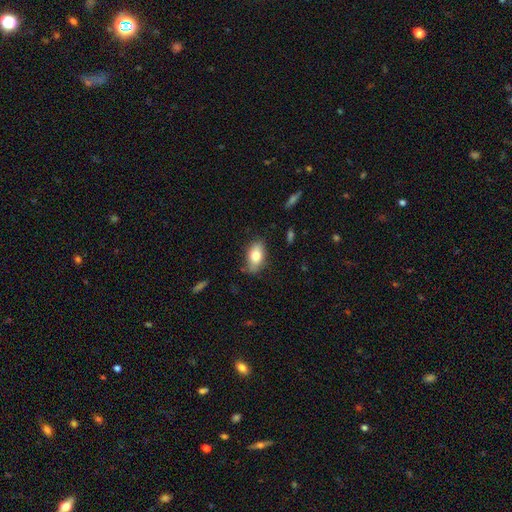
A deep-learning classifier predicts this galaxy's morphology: Smooth or featured?
  - smooth: 78% *
  - featured or disk: 15%
  - star or artifact: 7%
How rounded?
  - in between: 90% *
  - round: 6%
  - cigar-shaped: 4%
Merging?
  - none: 76% *
  - minor disturbance: 18%
  - major disturbance: 4%
  - merger: 2%